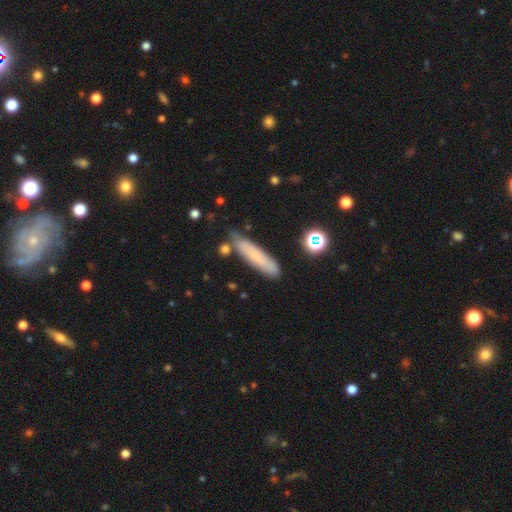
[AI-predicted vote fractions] smooth 66%, featured or disk 25%, star or artifact 9%. Down the decision tree: how rounded — cigar-shaped (81%); merging — none (76%).